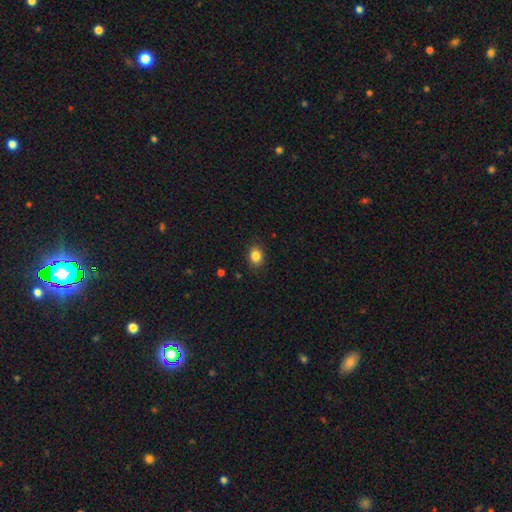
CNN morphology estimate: type=smooth (85%); roundness=round (52%); merging=none (88%).